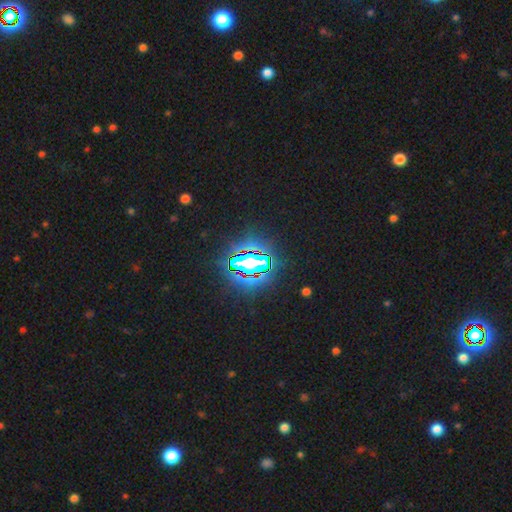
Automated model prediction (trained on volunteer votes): Q: Smooth or featured?
A: star or artifact (83%); runner-up: smooth (10%)